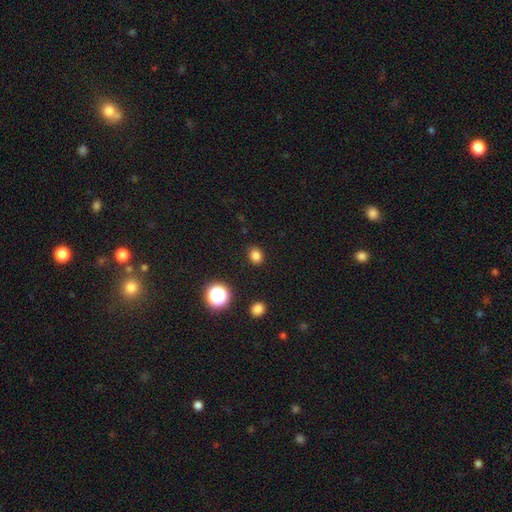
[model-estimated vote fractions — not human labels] Overall: smooth (81%). How rounded: round (60%; in between 39%). Merging: none (88%).